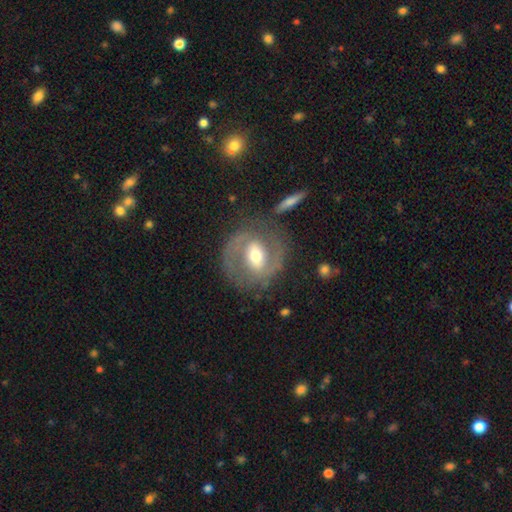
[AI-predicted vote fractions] Morphology: type=featured or disk (77%); edge-on=no (96%); bar=weak (41%); spiral arms=yes (79%); winding=medium (50%); arm count=2 (85%); bulge=moderate (69%); merging=none (73%).